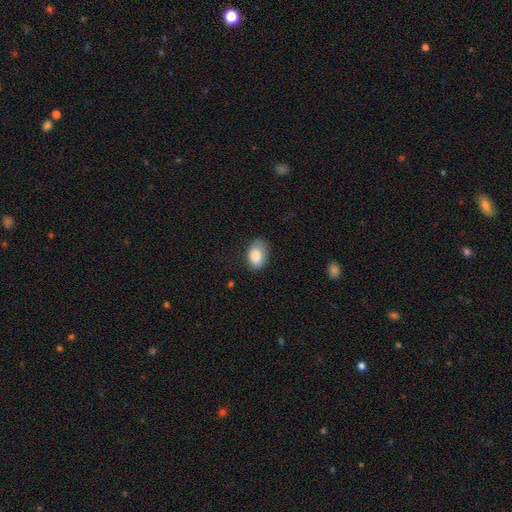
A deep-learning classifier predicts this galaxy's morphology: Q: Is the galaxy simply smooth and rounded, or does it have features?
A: smooth — 84%.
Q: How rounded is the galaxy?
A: in between — 83%.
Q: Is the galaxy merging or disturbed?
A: none — 65%.